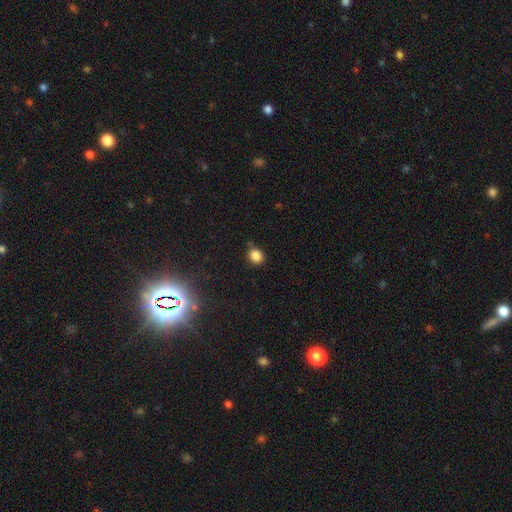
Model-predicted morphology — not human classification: smooth-or-featured: smooth: 83% | star or artifact: 12% | featured or disk: 5%
  how-rounded: round: 70% | in between: 29% | cigar-shaped: 1%
  merging: none: 80% | minor disturbance: 13% | merger: 4% | major disturbance: 3%